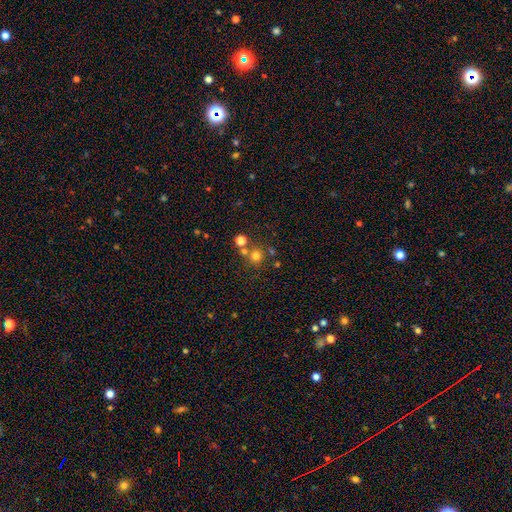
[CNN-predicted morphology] smooth-or-featured: smooth: 71% | star or artifact: 18% | featured or disk: 10%
  how-rounded: round: 91% | in between: 8% | cigar-shaped: 1%
  merging: none: 65% | merger: 24% | minor disturbance: 7% | major disturbance: 4%